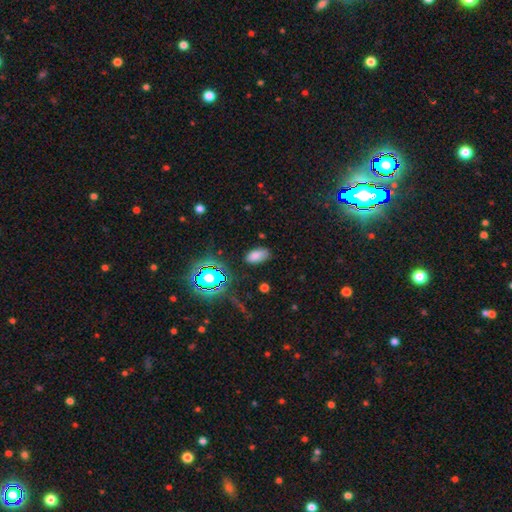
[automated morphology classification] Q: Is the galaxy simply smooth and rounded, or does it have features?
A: smooth — 75%.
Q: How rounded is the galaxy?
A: in between — 93%.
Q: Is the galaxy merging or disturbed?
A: none — 79%.